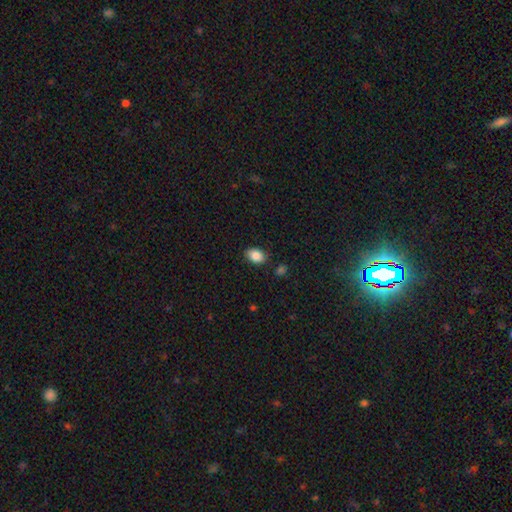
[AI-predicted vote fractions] A smooth galaxy with no disk features (86%) that is in between round and cigar-shaped (77%). Merging: none (84%).